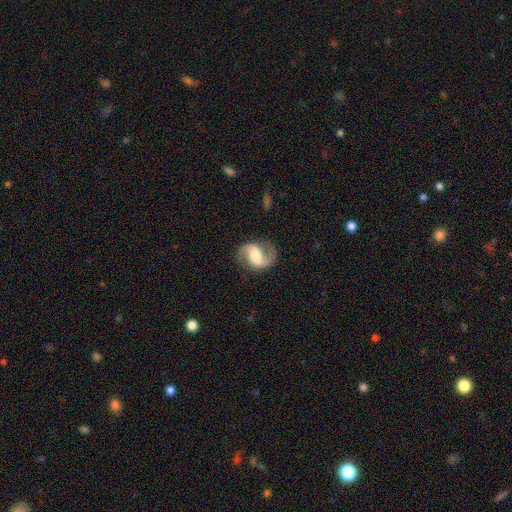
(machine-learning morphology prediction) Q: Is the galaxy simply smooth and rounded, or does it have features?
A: featured or disk — 87%.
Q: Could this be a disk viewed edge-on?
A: no — 98%.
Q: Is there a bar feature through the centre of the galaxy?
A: weak — 44%.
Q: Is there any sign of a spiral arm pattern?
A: yes — 97%.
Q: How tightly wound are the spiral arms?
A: medium — 49%.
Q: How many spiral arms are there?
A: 2 — 93%.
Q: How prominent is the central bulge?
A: moderate — 48%.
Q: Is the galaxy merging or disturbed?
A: none — 81%.